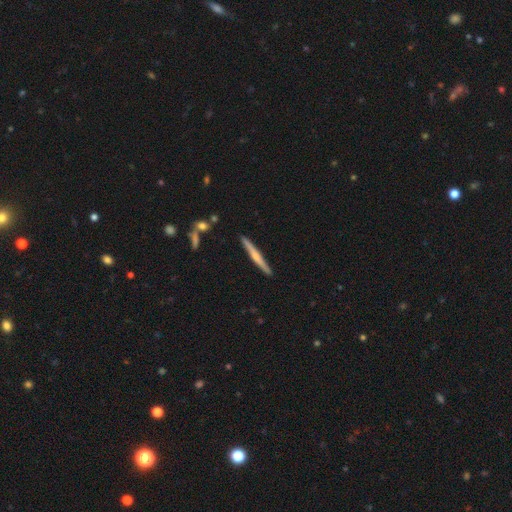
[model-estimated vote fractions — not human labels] smooth-or-featured: featured or disk: 54% | smooth: 41% | star or artifact: 5%
  disk-edge-on: yes: 97% | no: 3%
    edge-on-bulge: rounded: 58% | none: 31% | boxy: 11%
  merging: none: 90% | minor disturbance: 7% | merger: 2% | major disturbance: 1%